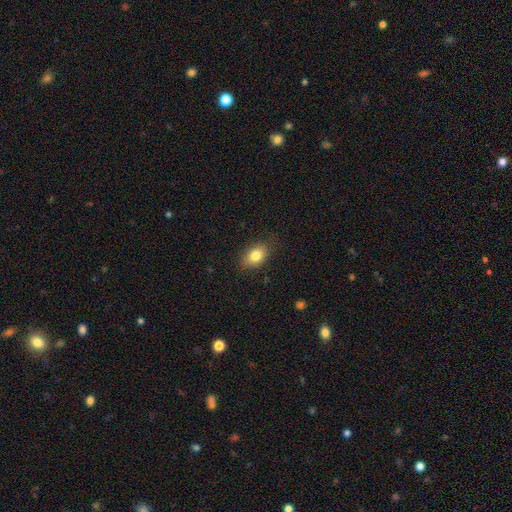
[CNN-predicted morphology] A smooth galaxy with no disk features (82%) that is in between round and cigar-shaped (83%). Merging: none (82%).